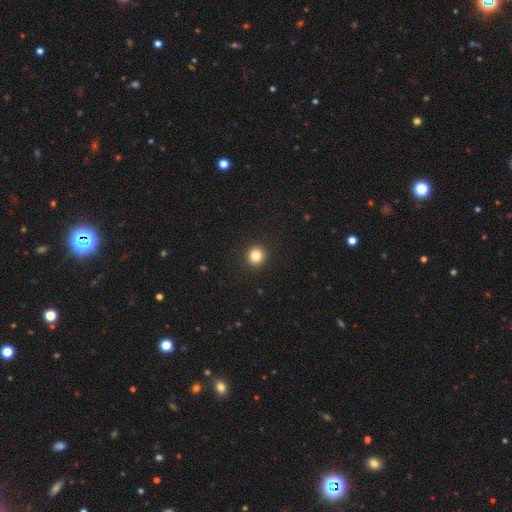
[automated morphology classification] Overall: smooth (83%). How rounded: round (92%). Merging: none (93%).